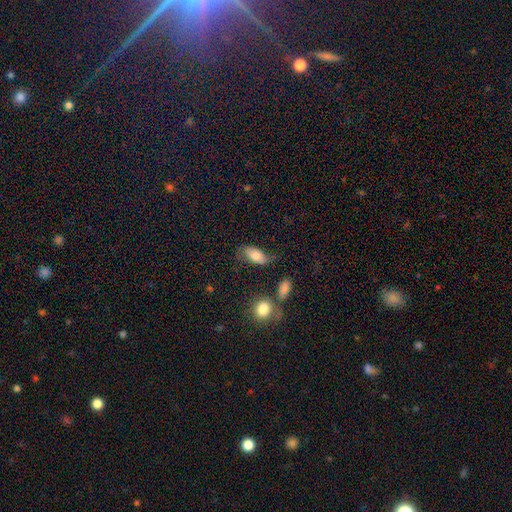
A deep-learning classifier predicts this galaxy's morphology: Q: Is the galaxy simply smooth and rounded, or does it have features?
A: smooth — 68%.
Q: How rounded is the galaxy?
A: in between — 91%.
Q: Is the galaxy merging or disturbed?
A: none — 53%.